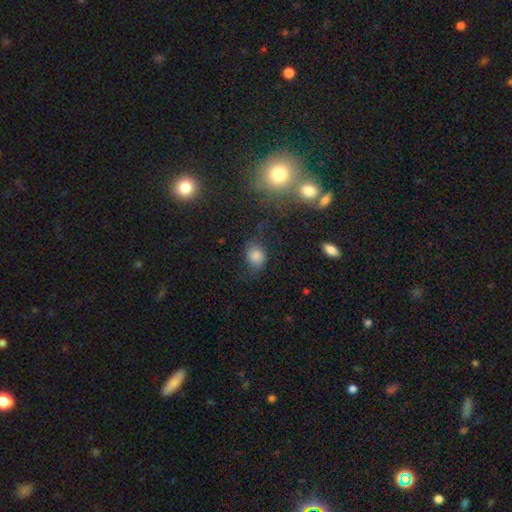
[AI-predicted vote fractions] Smooth or featured: smooth — 78% (star or artifact — 13%)
How rounded: in between — 54% (round — 44%)
Merging: none — 62% (minor disturbance — 24%)